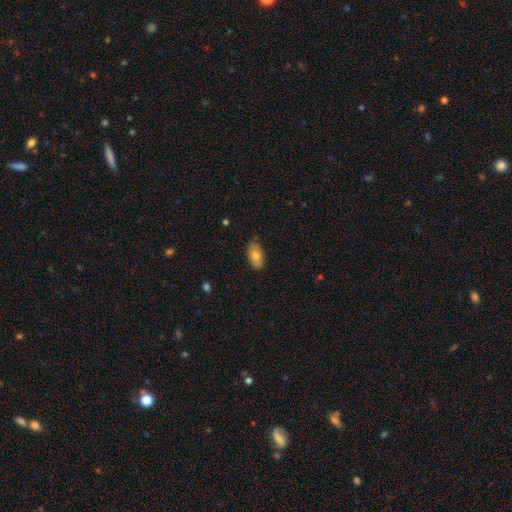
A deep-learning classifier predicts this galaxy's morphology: Smooth or featured: smooth — 75% (featured or disk — 18%)
How rounded: in between — 93% (round — 4%)
Merging: none — 81% (minor disturbance — 16%)